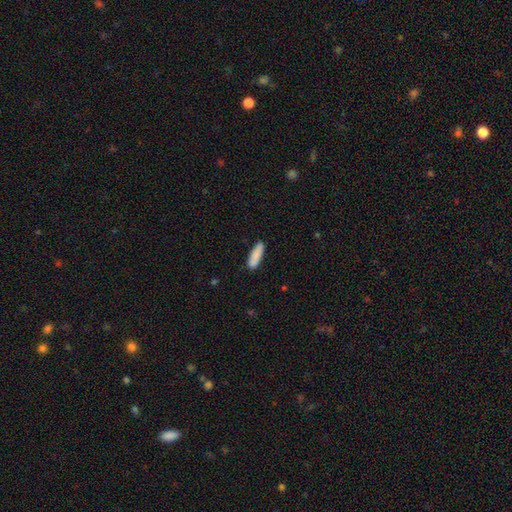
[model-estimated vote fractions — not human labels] This appears to be a smooth galaxy with no disk features (88%) that is cigar-shaped (63%). Merging: none (86%).